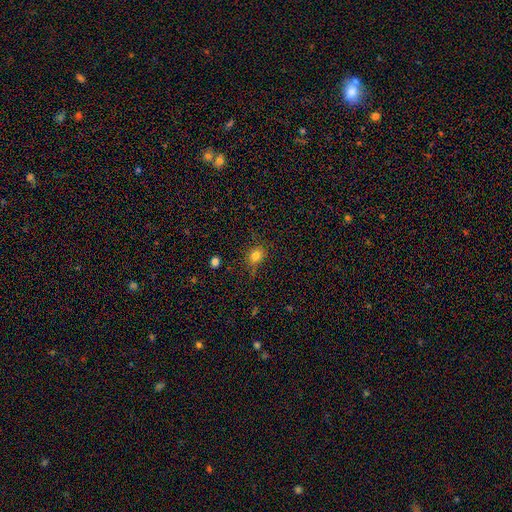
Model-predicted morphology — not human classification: Smooth or featured? smooth (80%)
How rounded? round (61%)
Merging? none (74%)